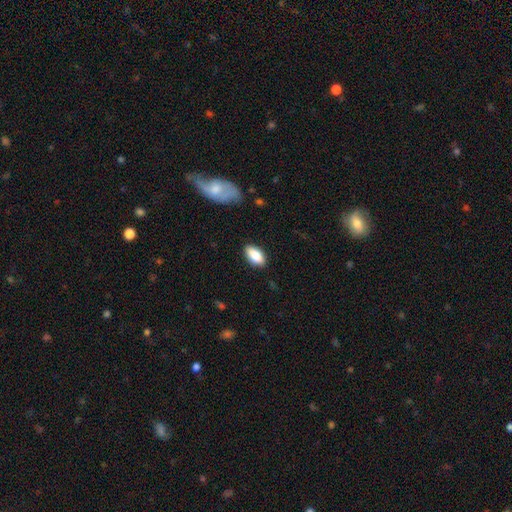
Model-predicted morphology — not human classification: Q: Smooth or featured?
A: smooth (85%); runner-up: featured or disk (8%)
Q: How rounded?
A: in between (91%); runner-up: cigar-shaped (6%)
Q: Merging?
A: none (85%); runner-up: minor disturbance (11%)